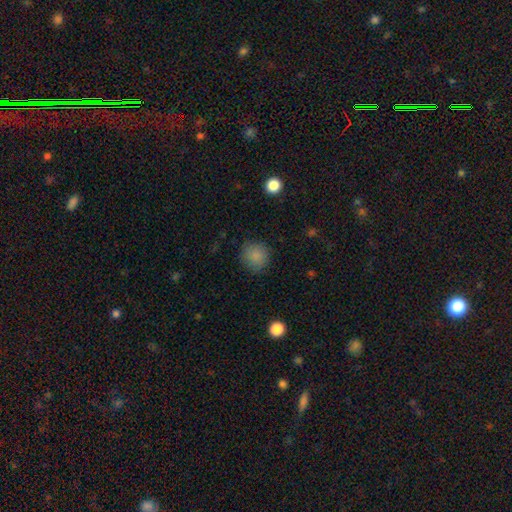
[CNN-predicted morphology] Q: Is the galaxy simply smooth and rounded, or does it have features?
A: smooth — 86%.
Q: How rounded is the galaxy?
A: round — 90%.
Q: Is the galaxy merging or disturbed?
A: none — 84%.